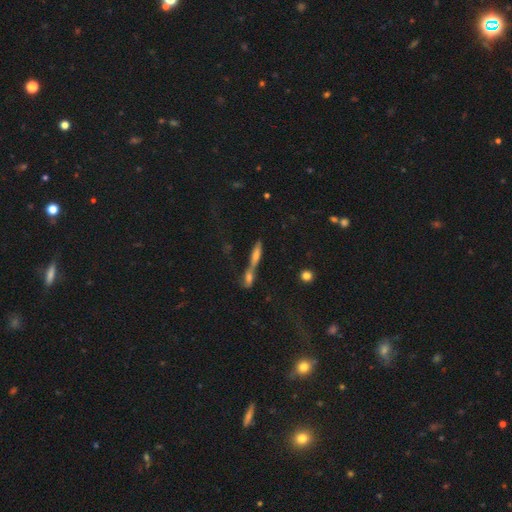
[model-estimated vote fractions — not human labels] Smooth or featured: smooth — 47% (featured or disk — 37%)
Merging: merger — 57% (none — 29%)